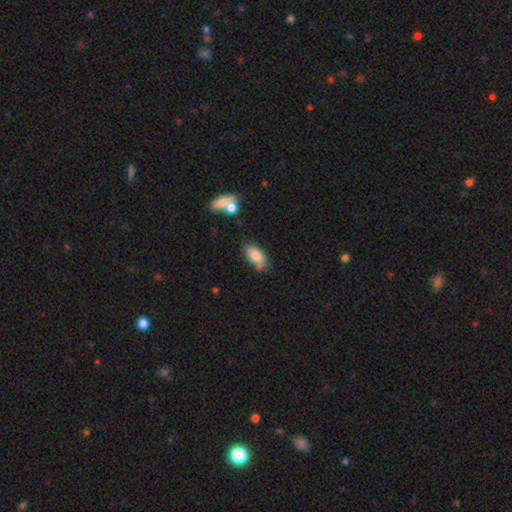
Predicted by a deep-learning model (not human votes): Smooth or featured: smooth — 81% (featured or disk — 11%)
How rounded: in between — 90% (cigar-shaped — 7%)
Merging: none — 59% (minor disturbance — 26%)